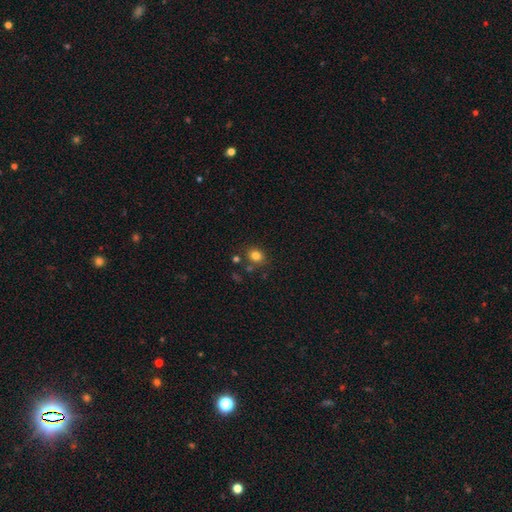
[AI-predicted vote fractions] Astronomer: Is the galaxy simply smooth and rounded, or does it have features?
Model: smooth — 81%.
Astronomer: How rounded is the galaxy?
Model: round — 61% (runner-up: in between, 38%).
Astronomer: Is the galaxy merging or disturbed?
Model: none — 77%.